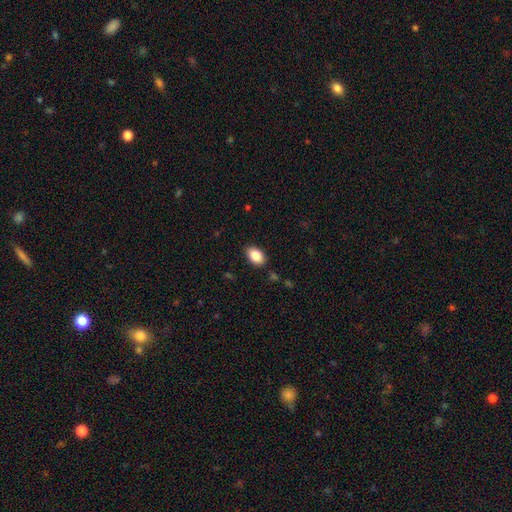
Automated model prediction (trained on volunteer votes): smooth-or-featured: smooth: 87% | star or artifact: 8% | featured or disk: 5%
  how-rounded: in between: 88% | round: 11% | cigar-shaped: 1%
  merging: none: 87% | minor disturbance: 10% | major disturbance: 2% | merger: 1%